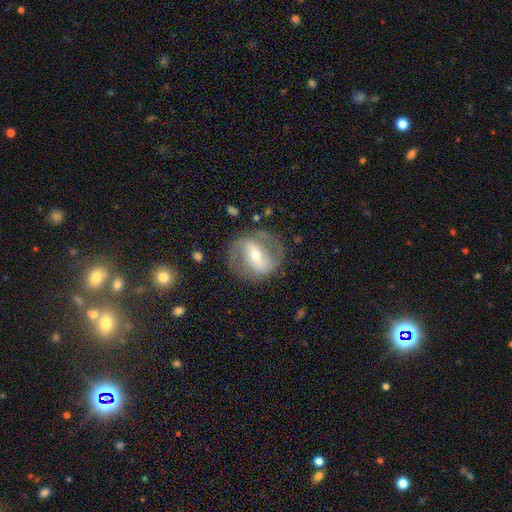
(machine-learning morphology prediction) A featured or disk galaxy (77%) with a strong bar (55%), 2 (85%) medium (46%) spiral arms (79%) and a moderate central bulge (50%).

Vote fractions:
- Smooth or featured? featured or disk: 77% / smooth: 17% / star or artifact: 6%
- Edge-on disk? no: 94% / yes: 6%
- Bar? strong: 55% / weak: 30% / no: 15%
- Spiral arms? yes: 79% / no: 21%
- Spiral winding? medium: 46% / loose: 28% / tight: 26%
- Spiral arm count? 2: 85% / can't tell: 9% / 1: 3% / 3: 1% / 4: 1% / more than 4: 1%
- Bulge size? moderate: 50% / small: 43% / large: 4% / none: 1% / dominant: 1%
- Merging? none: 77% / minor disturbance: 13% / major disturbance: 8% / merger: 2%